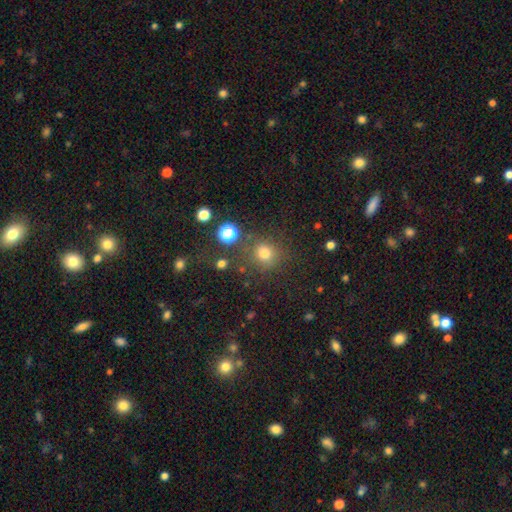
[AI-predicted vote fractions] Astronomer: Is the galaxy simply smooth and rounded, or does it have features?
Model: smooth — 65%.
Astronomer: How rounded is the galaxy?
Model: round — 90%.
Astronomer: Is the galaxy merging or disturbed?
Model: none — 82%.